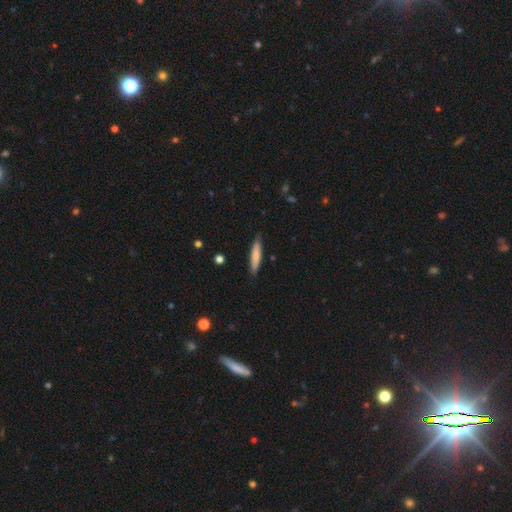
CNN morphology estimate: Smooth or featured?
  - smooth: 76% *
  - featured or disk: 18%
  - star or artifact: 5%
How rounded?
  - cigar-shaped: 89% *
  - in between: 10%
  - round: 1%
Merging?
  - none: 86% *
  - minor disturbance: 11%
  - major disturbance: 2%
  - merger: 1%